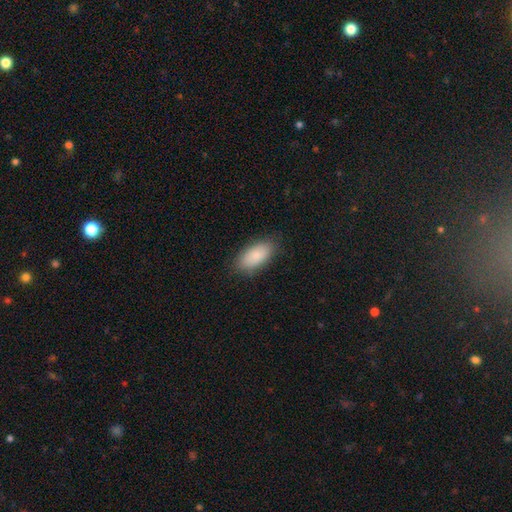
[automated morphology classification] smooth 87%, featured or disk 7%, star or artifact 6%. Down the decision tree: how rounded — in between (92%); merging — none (84%).